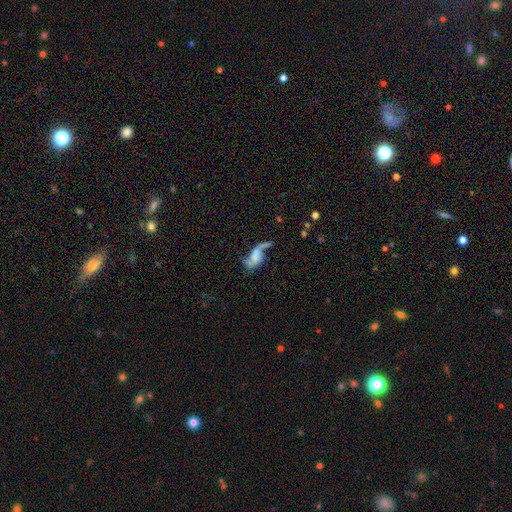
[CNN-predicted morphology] Smooth or featured?
  - featured or disk: 64% *
  - smooth: 27%
  - star or artifact: 10%
Edge-on disk?
  - no: 94% *
  - yes: 6%
Bar?
  - no: 60% *
  - weak: 29%
  - strong: 12%
Spiral arms?
  - yes: 82% *
  - no: 18%
Bulge size?
  - none: 55% *
  - small: 23%
  - moderate: 12%
  - large: 6%
  - dominant: 3%
Merging?
  - none: 33% * (tied)
  - major disturbance: 33% * (tied)
  - minor disturbance: 20%
  - merger: 14%